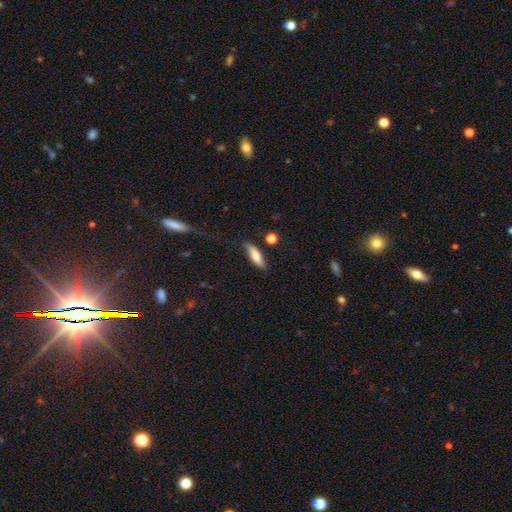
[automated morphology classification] The model was most divided on "how rounded": cigar-shaped: 55%, in between: 43%, round: 2%. More confident: merging — none (78%); smooth or featured — smooth (72%).